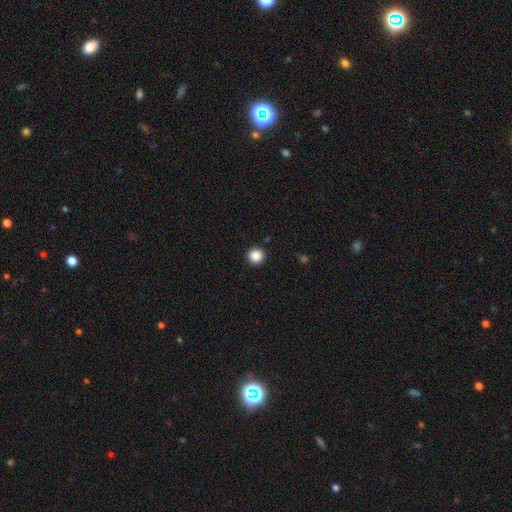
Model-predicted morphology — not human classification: smooth 86%, star or artifact 10%, featured or disk 4%. Down the decision tree: how rounded — round (93%); merging — none (92%).